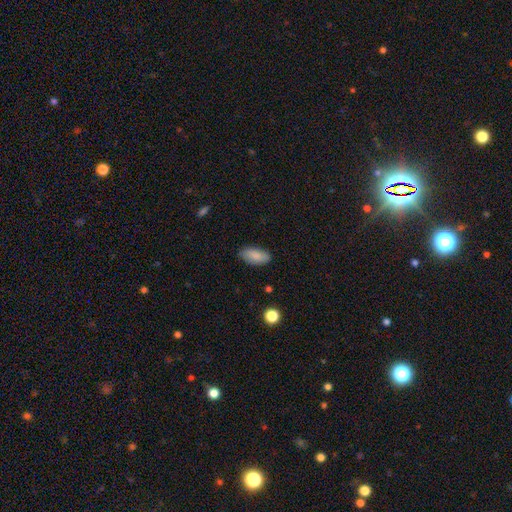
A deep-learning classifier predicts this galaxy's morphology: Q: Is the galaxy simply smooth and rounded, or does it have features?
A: smooth — 84%.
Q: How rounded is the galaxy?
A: in between — 91%.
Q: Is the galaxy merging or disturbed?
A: none — 83%.